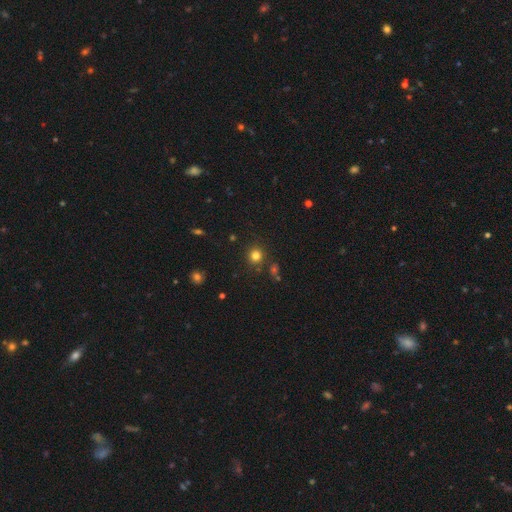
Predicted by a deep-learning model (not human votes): smooth_or_featured: smooth (p=0.78) [alt: star or artifact p=0.16]
how_rounded: round (p=0.91) [alt: in between p=0.08]
merging: none (p=0.86) [alt: minor disturbance p=0.07]